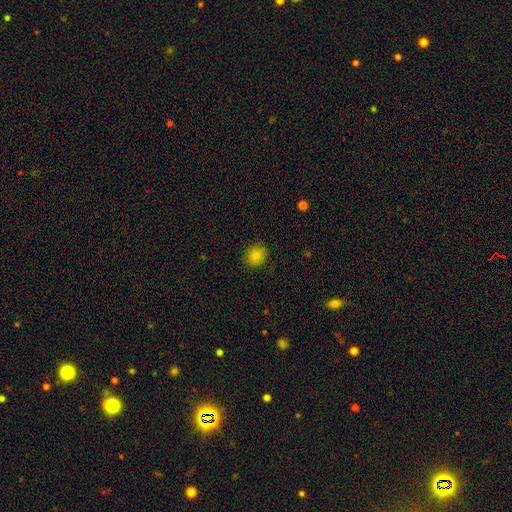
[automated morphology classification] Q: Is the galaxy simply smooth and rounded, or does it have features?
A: smooth — 80%.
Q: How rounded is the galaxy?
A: round — 83%.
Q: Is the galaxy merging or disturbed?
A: none — 89%.